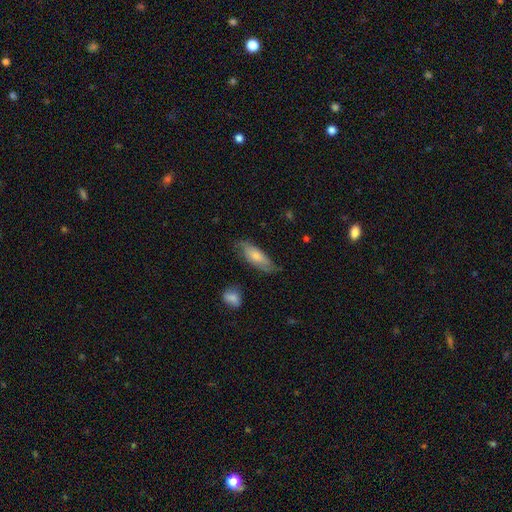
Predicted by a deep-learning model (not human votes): Smooth or featured? Predicted: smooth (p=0.55). How rounded? Predicted: in between (p=0.58). Merging? Predicted: none (p=0.71).